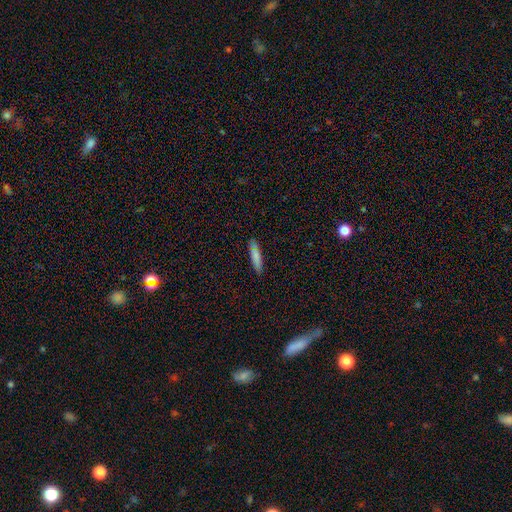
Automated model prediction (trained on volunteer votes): Smooth or featured: smooth — 80% (featured or disk — 13%)
How rounded: cigar-shaped — 79% (in between — 20%)
Merging: none — 85% (minor disturbance — 11%)